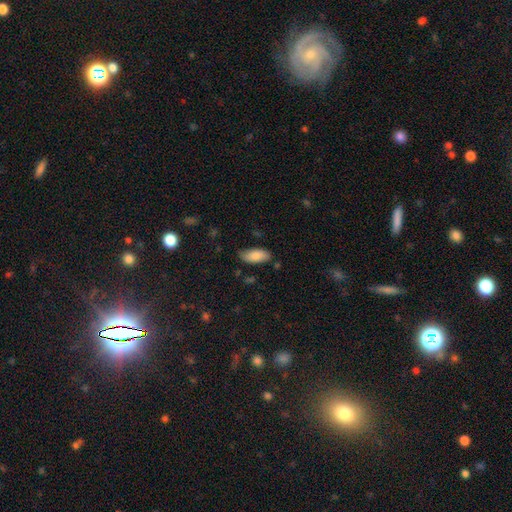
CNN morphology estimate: Smooth or featured: smooth — 82% (featured or disk — 11%)
How rounded: in between — 87% (cigar-shaped — 11%)
Merging: none — 78% (minor disturbance — 17%)